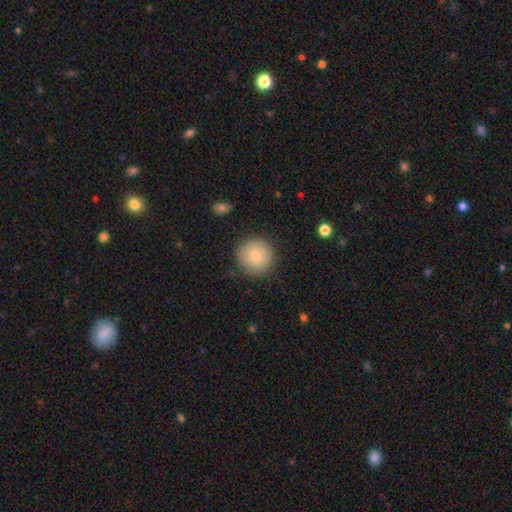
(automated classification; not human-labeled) Smooth or featured?
  - smooth: 81% *
  - featured or disk: 11%
  - star or artifact: 8%
How rounded?
  - round: 94% *
  - in between: 5%
  - cigar-shaped: 1%
Merging?
  - none: 86% *
  - minor disturbance: 9%
  - major disturbance: 3%
  - merger: 1%